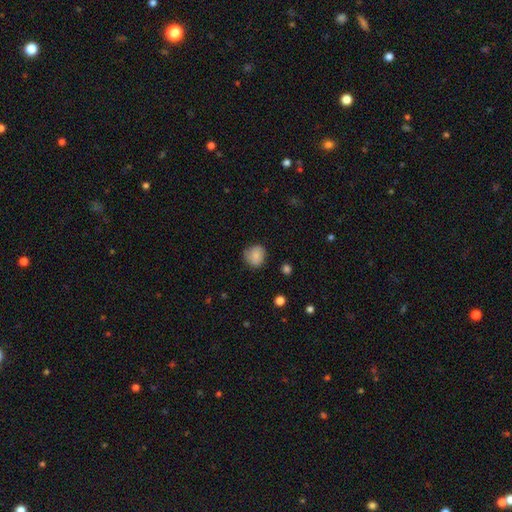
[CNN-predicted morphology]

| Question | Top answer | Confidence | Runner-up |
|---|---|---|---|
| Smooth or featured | smooth | 84% | star or artifact (9%) |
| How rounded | round | 80% | in between (19%) |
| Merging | none | 74% | minor disturbance (20%) |